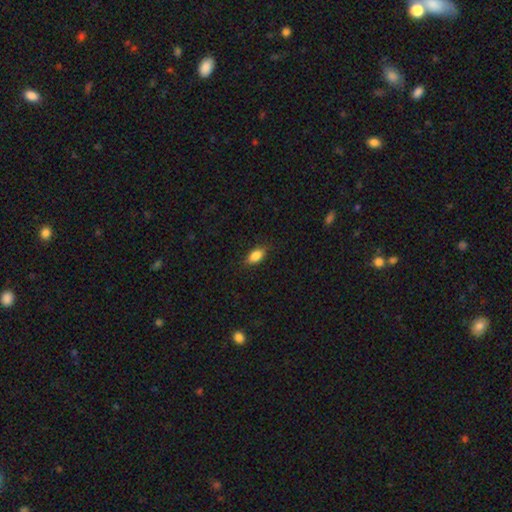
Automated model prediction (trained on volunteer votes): The model was most divided on "merging": none: 83%, minor disturbance: 13%, major disturbance: 3%, merger: 1%. More confident: how rounded — in between (87%); smooth or featured — smooth (84%).